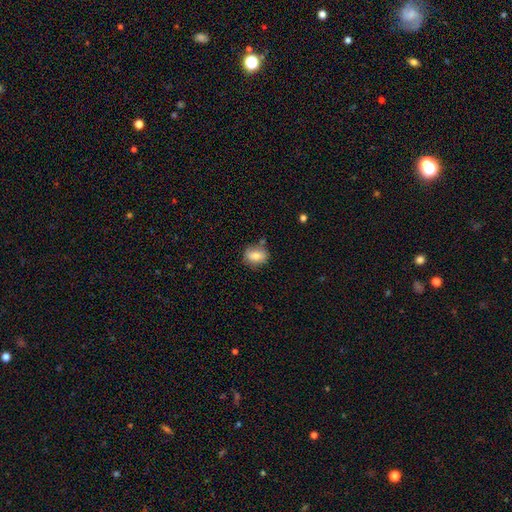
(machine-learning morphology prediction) Smooth or featured: smooth — 77% (featured or disk — 15%)
How rounded: in between — 57% (round — 42%)
Merging: none — 73% (minor disturbance — 17%)